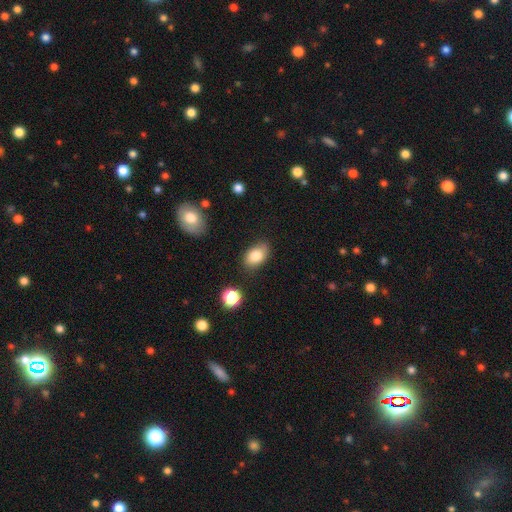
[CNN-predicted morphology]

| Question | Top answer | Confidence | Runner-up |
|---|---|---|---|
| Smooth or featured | smooth | 82% | featured or disk (10%) |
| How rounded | in between | 87% | round (11%) |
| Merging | none | 79% | minor disturbance (15%) |